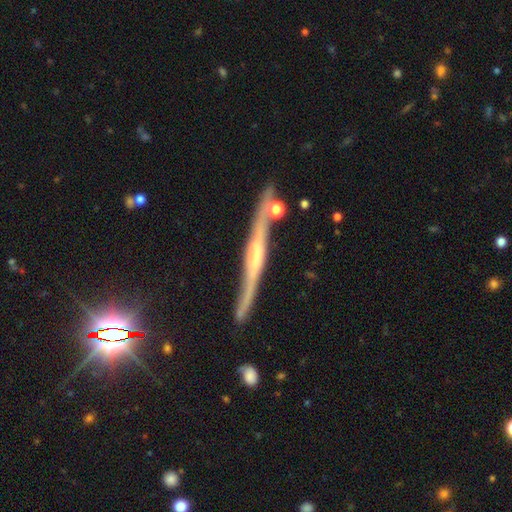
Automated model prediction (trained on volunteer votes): smooth-or-featured: featured or disk: 78% | smooth: 15% | star or artifact: 8%
  disk-edge-on: yes: 93% | no: 7%
    edge-on-bulge: rounded: 36% | boxy: 32% | none: 32%
  merging: none: 74% | minor disturbance: 16% | merger: 7% | major disturbance: 4%